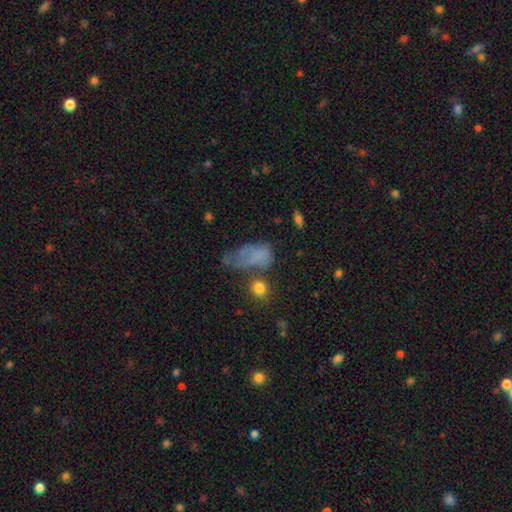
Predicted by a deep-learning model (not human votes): Smooth or featured? smooth (60%)
How rounded? in between (83%)
Merging? major disturbance (38%)